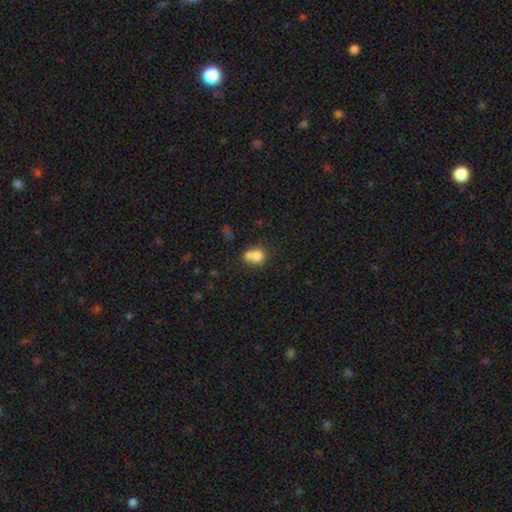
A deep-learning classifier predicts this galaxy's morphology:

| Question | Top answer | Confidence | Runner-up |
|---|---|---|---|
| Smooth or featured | smooth | 72% | featured or disk (17%) |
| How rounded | round | 64% | in between (35%) |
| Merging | merger | 55% | none (29%) |